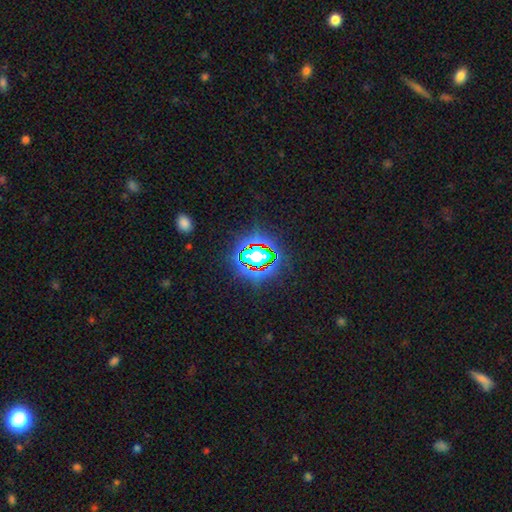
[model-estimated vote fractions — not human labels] The model was most divided on "smooth or featured": star or artifact: 79%, smooth: 14%, featured or disk: 8%.